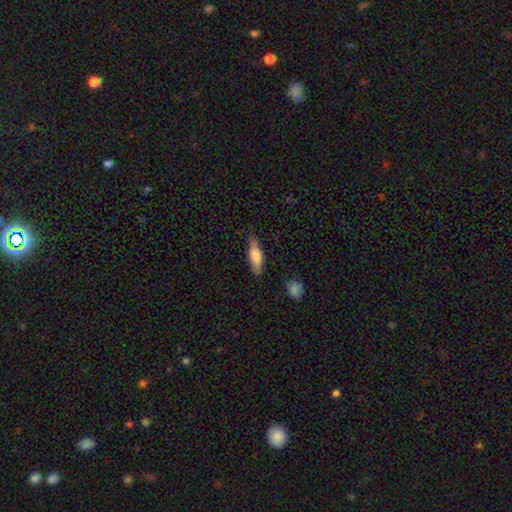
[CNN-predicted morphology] Q: Smooth or featured?
A: smooth (76%); runner-up: featured or disk (18%)
Q: How rounded?
A: in between (52%); runner-up: cigar-shaped (46%)
Q: Merging?
A: none (73%); runner-up: minor disturbance (20%)